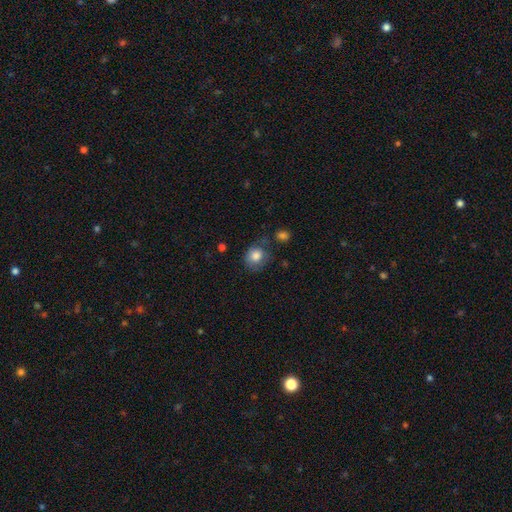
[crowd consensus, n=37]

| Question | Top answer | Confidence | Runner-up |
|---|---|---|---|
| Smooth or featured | smooth | 81% | featured or disk (14%) |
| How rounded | round | 57% | in between (43%) |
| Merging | none | 49% | minor disturbance (34%) |